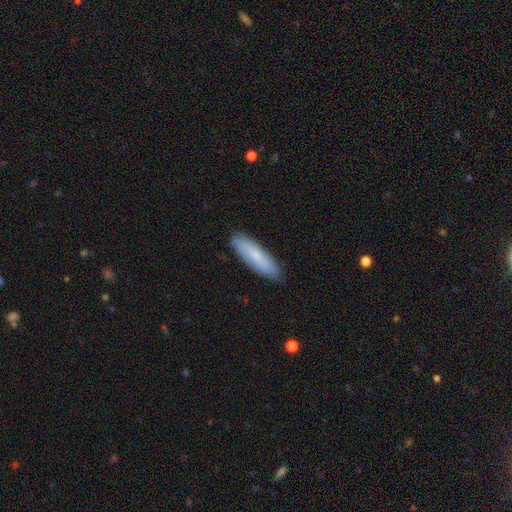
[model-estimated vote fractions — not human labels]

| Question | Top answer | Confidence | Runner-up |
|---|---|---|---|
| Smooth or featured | smooth | 73% | featured or disk (21%) |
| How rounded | cigar-shaped | 59% | in between (40%) |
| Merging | none | 87% | minor disturbance (10%) |